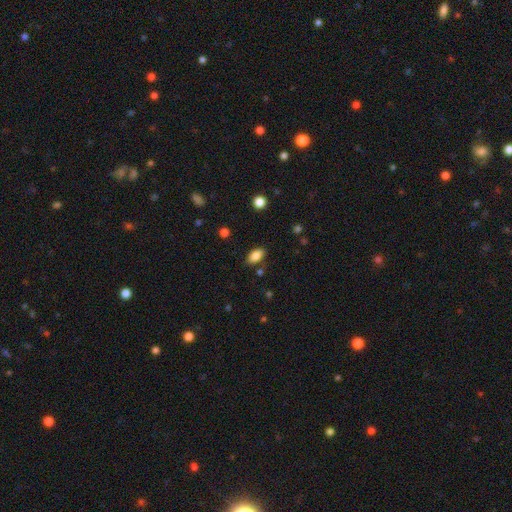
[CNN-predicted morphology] smooth_or_featured: smooth (p=0.86) [alt: star or artifact p=0.09]
how_rounded: in between (p=0.91) [alt: round p=0.06]
merging: none (p=0.84) [alt: minor disturbance p=0.11]